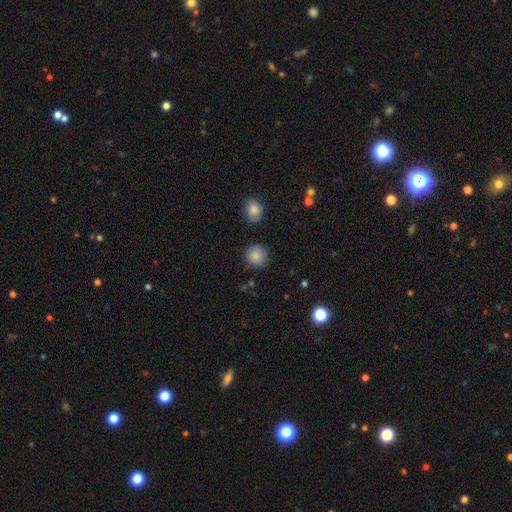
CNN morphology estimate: The model was most divided on "merging": none: 84%, minor disturbance: 11%, major disturbance: 3%, merger: 3%. More confident: how rounded — round (90%); smooth or featured — smooth (86%).